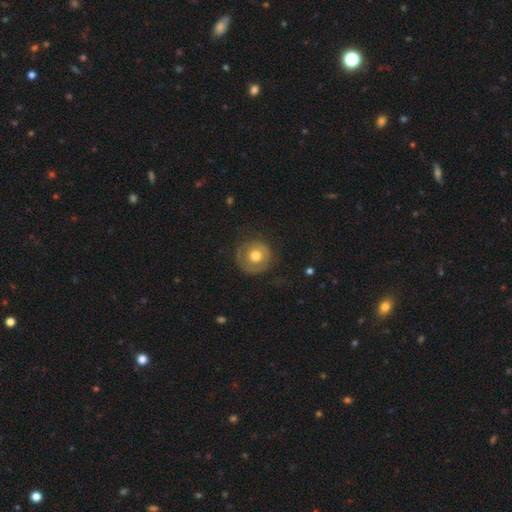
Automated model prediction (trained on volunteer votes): This appears to be a smooth galaxy with no disk features (56%) that is round (92%). Merging: none (73%).